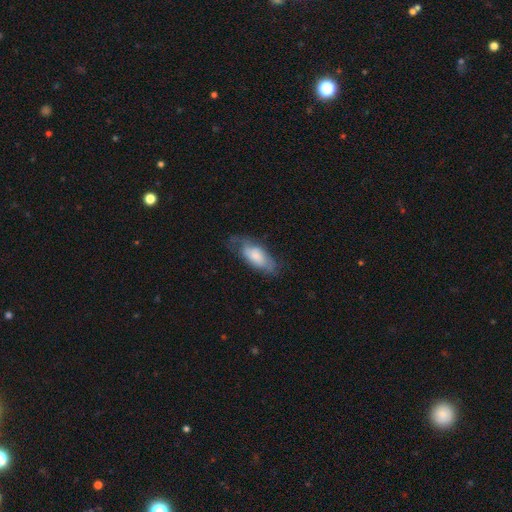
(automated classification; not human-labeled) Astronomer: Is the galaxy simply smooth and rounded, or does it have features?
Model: smooth — 58% (runner-up: featured or disk, 35%).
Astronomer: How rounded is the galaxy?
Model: in between — 82%.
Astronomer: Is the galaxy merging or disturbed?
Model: none — 51% (runner-up: minor disturbance, 30%).